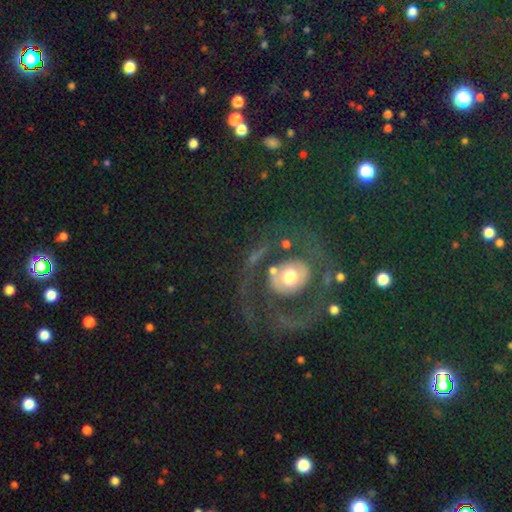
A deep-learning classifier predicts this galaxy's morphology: The model was most divided on "spiral arms": yes: 51%, no: 49%. More confident: edge-on disk — no (95%); bar — no (78%); bulge size — moderate (66%); merging — none (66%); smooth or featured — featured or disk (60%).